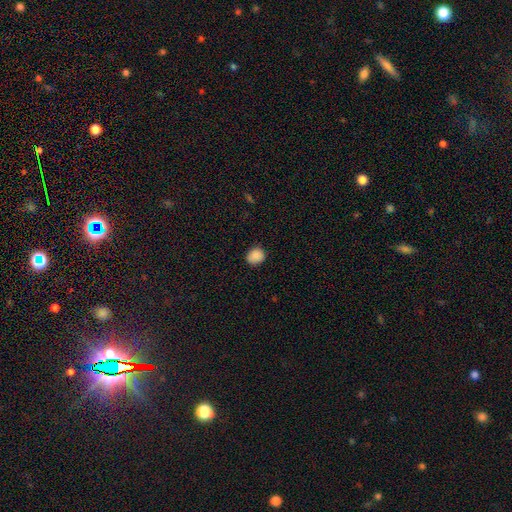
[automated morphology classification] type=smooth (88%); roundness=round (66%); merging=none (85%).